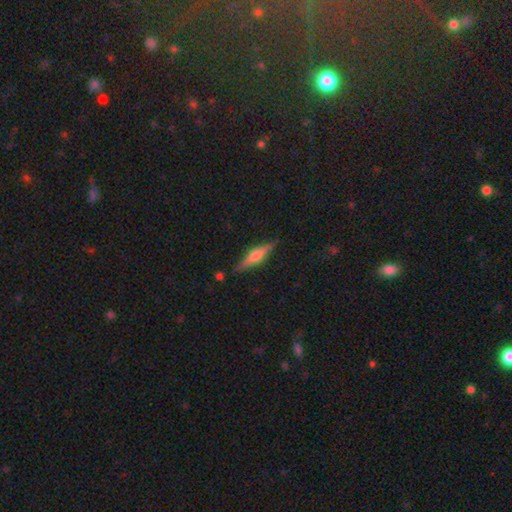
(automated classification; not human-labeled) This appears to be a featured or disk galaxy (57%) viewed edge-on (95%) with a rounded central bulge (83%). Merging: none (86%).